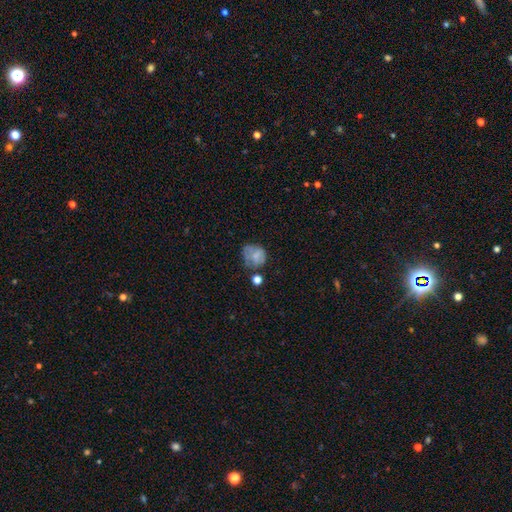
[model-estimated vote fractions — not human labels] Smooth or featured: smooth — 68% (featured or disk — 21%)
How rounded: round — 65% (in between — 34%)
Merging: none — 42% (minor disturbance — 31%)